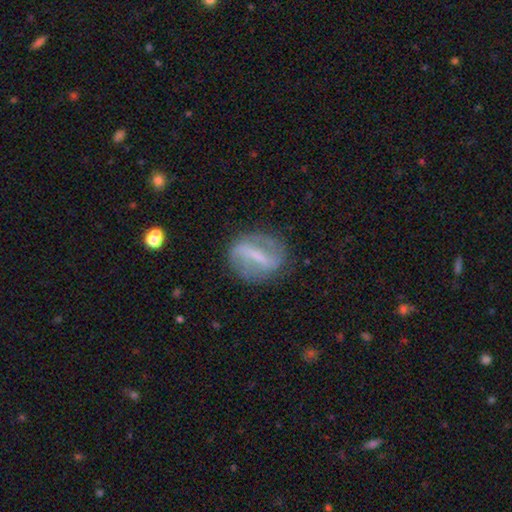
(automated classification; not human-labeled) Morphology: type=featured or disk (71%); edge-on=no (91%); bar=strong (70%); spiral arms=yes (63%); bulge=small (41%); merging=none (77%).